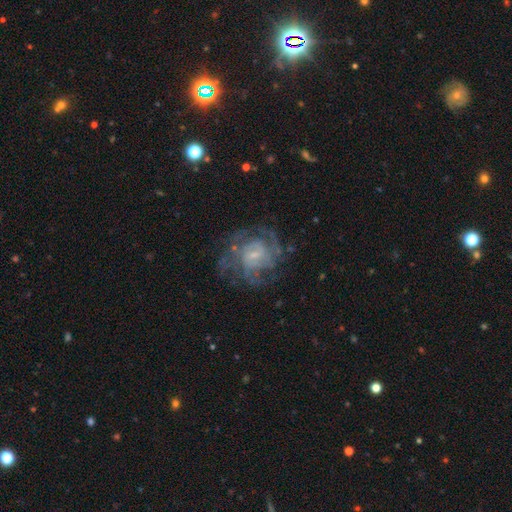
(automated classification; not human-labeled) Smooth or featured?
  - featured or disk: 79% *
  - smooth: 12%
  - star or artifact: 9%
Edge-on disk?
  - no: 98% *
  - yes: 2%
Bar?
  - weak: 51% *
  - no: 40%
  - strong: 9%
Spiral arms?
  - yes: 87% *
  - no: 13%
Spiral winding?
  - tight: 50% *
  - medium: 38%
  - loose: 12%
Spiral arm count?
  - can't tell: 44% *
  - 2: 18%
  - 3: 16%
  - 4: 12%
  - more than 4: 5%
  - 1: 5%
Bulge size?
  - small: 60% *
  - moderate: 22%
  - none: 15%
  - large: 2%
  - dominant: 1%
Merging?
  - none: 65% *
  - minor disturbance: 17%
  - major disturbance: 16%
  - merger: 2%